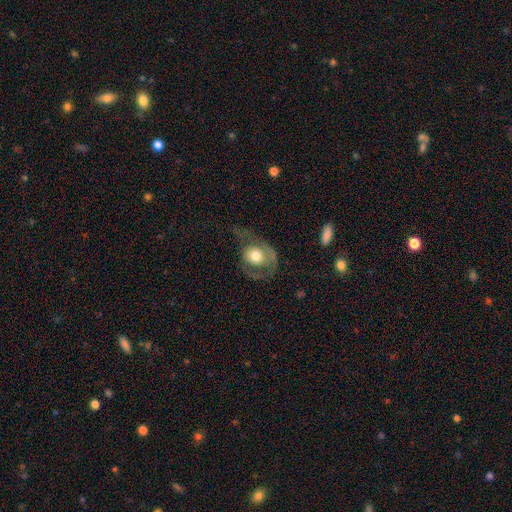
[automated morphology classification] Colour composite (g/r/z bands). It shows a featured or disk galaxy (47%, tied with smooth). Merging: major disturbance (41%).